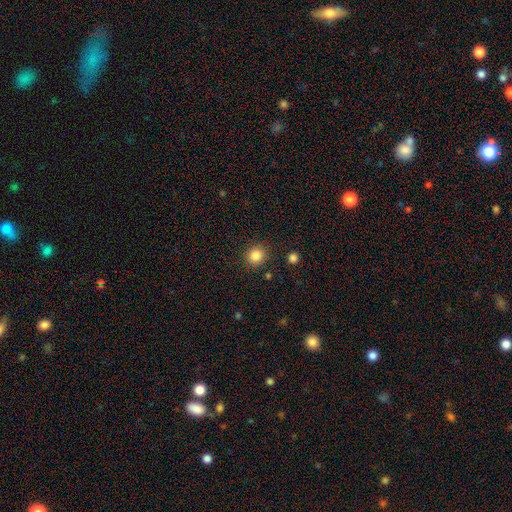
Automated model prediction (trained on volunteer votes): Smooth or featured?
  - smooth: 85% *
  - star or artifact: 11%
  - featured or disk: 4%
How rounded?
  - round: 87% *
  - in between: 12%
  - cigar-shaped: 1%
Merging?
  - none: 88% *
  - minor disturbance: 7%
  - major disturbance: 3%
  - merger: 2%